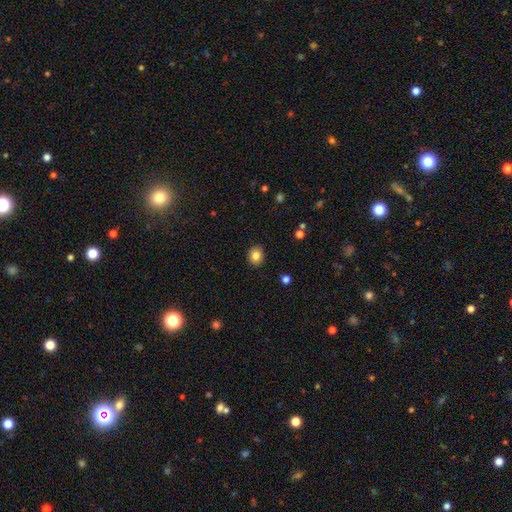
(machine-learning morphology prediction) A smooth galaxy with no disk features (84%) that is round (65%). Merging: none (90%).